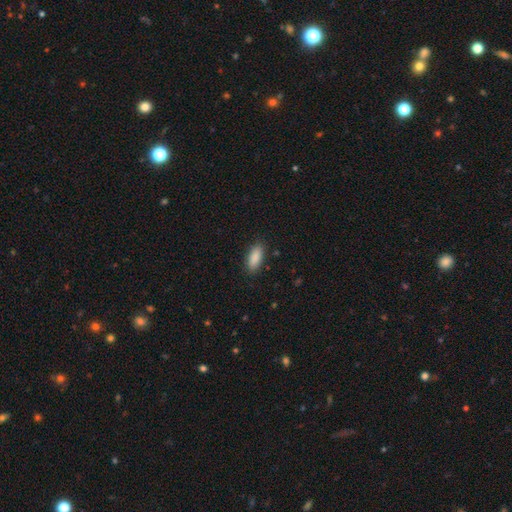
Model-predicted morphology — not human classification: Smooth or featured? Predicted: smooth (p=0.89). How rounded? Predicted: in between (p=0.82). Merging? Predicted: none (p=0.88).